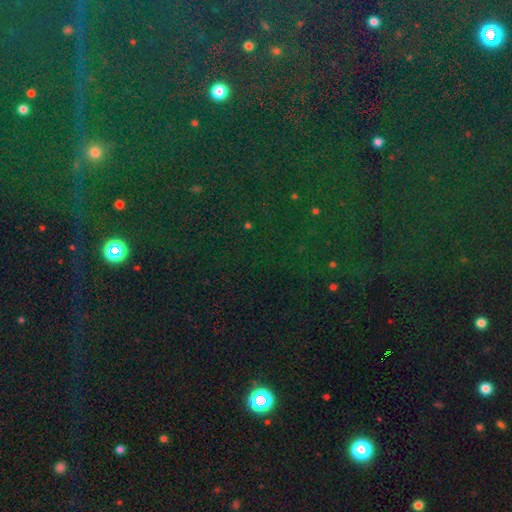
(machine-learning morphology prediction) Smooth or featured? star or artifact (79%)